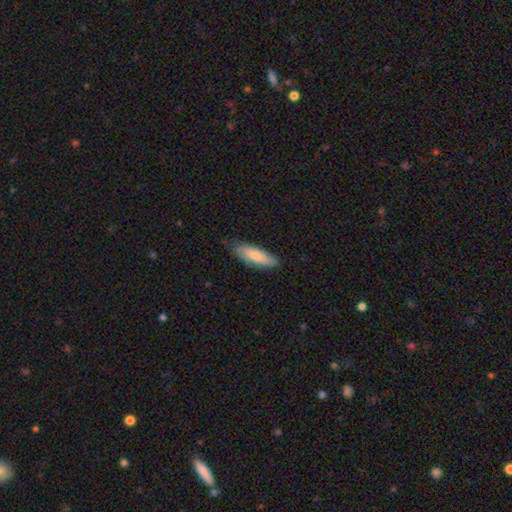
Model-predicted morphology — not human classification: This is clearly a smooth galaxy (80%). How rounded: possibly in between (53%). Merging: likely none (73%).